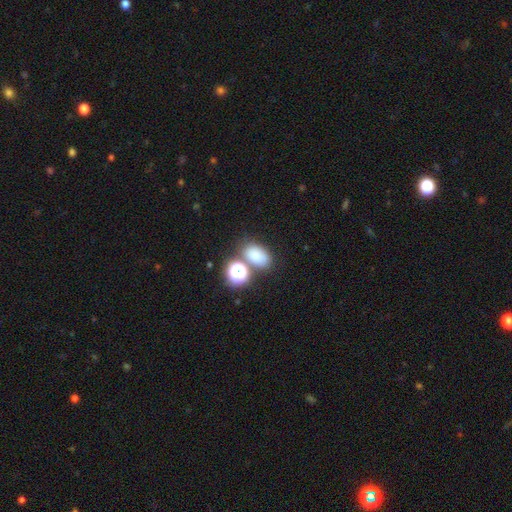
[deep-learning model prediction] The model was most divided on "merging": none: 64%, merger: 19%, minor disturbance: 12%, major disturbance: 5%. More confident: smooth or featured — smooth (77%); how rounded — in between (76%).